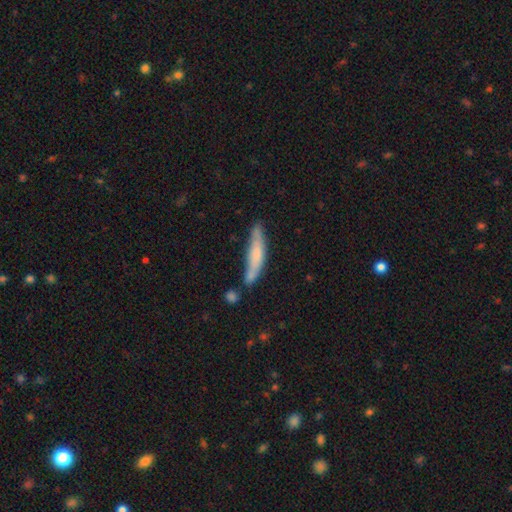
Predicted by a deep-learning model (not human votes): Overall: smooth (64%; featured or disk 29%). How rounded: cigar-shaped (87%). Merging: none (60%; minor disturbance 22%).